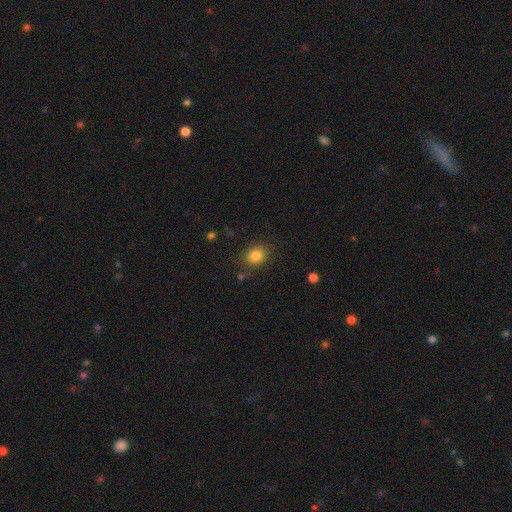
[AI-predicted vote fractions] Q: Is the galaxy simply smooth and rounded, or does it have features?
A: smooth — 83%.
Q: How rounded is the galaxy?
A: round — 54%.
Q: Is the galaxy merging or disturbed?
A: none — 79%.